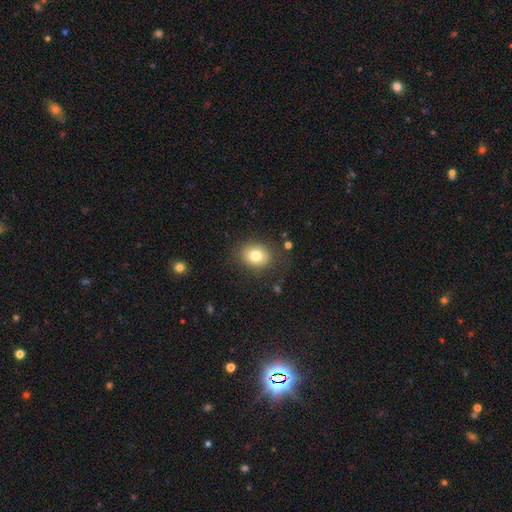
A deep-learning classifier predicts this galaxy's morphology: Q: Smooth or featured?
A: smooth (78%); runner-up: featured or disk (11%)
Q: How rounded?
A: round (55%); runner-up: in between (45%)
Q: Merging?
A: none (82%); runner-up: minor disturbance (12%)